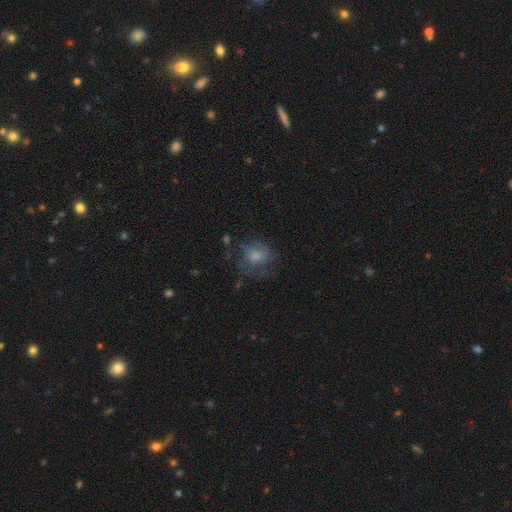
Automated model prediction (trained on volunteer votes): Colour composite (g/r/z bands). It shows a smooth galaxy with no disk features (51%) that is round (68%). Merging: none (56%).